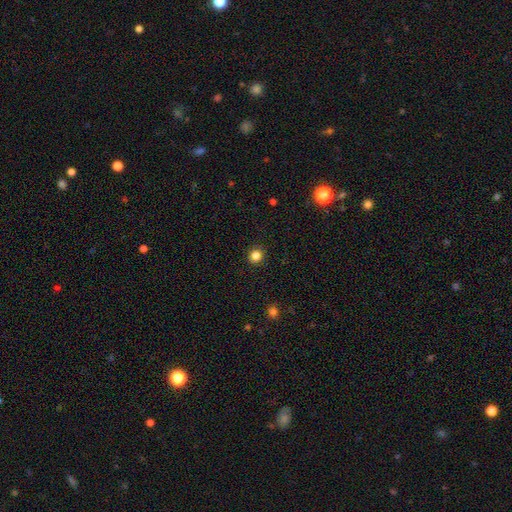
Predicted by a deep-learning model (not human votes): Smooth or featured? Predicted: smooth (p=0.84). How rounded? Predicted: round (p=0.91). Merging? Predicted: none (p=0.92).